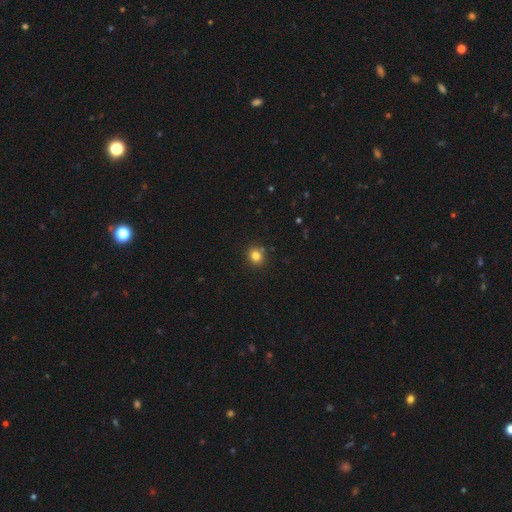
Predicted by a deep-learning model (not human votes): The model was most divided on "how rounded": round: 80%, in between: 19%, cigar-shaped: 1%. More confident: merging — none (85%); smooth or featured — smooth (81%).